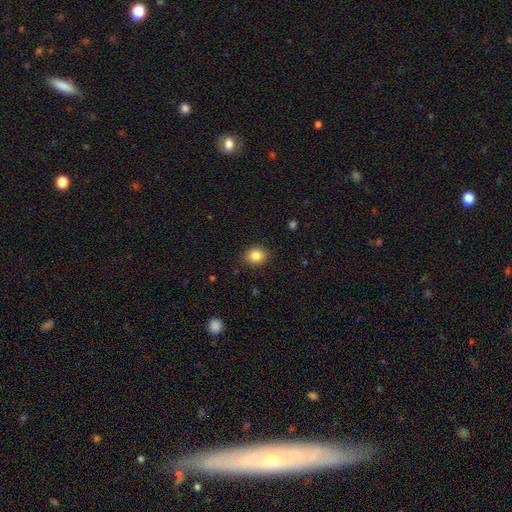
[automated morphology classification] smooth-or-featured: smooth: 84% | star or artifact: 10% | featured or disk: 6%
  how-rounded: round: 64% | in between: 35% | cigar-shaped: 1%
  merging: none: 87% | minor disturbance: 9% | major disturbance: 2% | merger: 1%